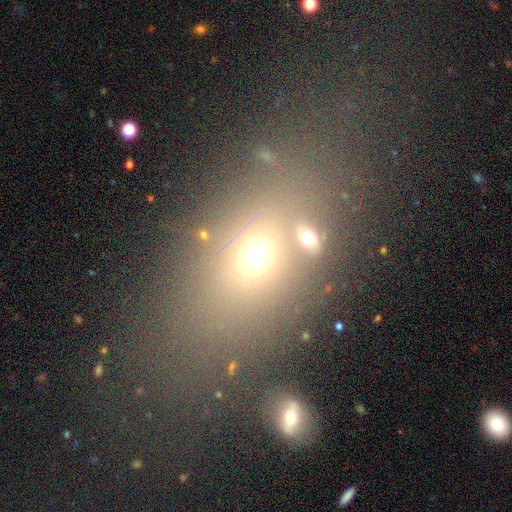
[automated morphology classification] A smooth galaxy with no disk features (61%) that is in between round and cigar-shaped (71%).

Vote fractions:
- Smooth or featured? smooth: 61% / star or artifact: 22% / featured or disk: 17%
- How rounded? in between: 71% / round: 23% / cigar-shaped: 6%
- Merging? none: 67% / minor disturbance: 14% / merger: 10% / major disturbance: 9%